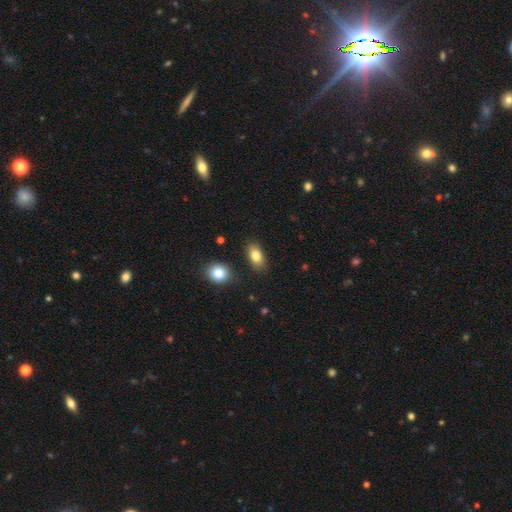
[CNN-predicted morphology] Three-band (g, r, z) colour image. It shows a smooth galaxy with no disk features (83%) that is in between round and cigar-shaped (88%). Merging: none (84%).